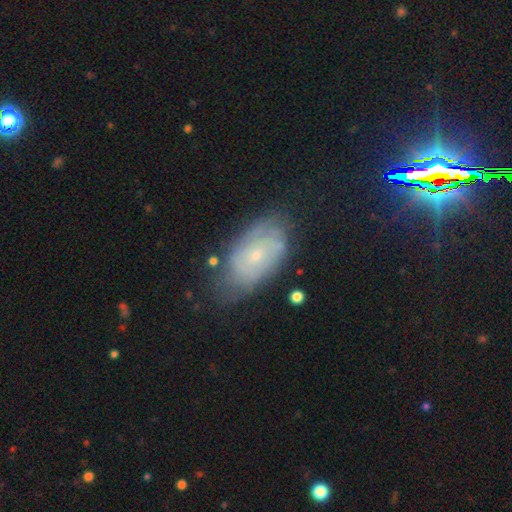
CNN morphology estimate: Q: Smooth or featured?
A: featured or disk (66%); runner-up: smooth (25%)
Q: Edge-on disk?
A: no (94%); runner-up: yes (6%)
Q: Bar?
A: no (68%); runner-up: weak (28%)
Q: Spiral arms?
A: yes (83%); runner-up: no (17%)
Q: Spiral winding?
A: tight (63%); runner-up: medium (28%)
Q: Spiral arm count?
A: can't tell (54%); runner-up: 2 (26%)
Q: Bulge size?
A: small (74%); runner-up: moderate (21%)
Q: Merging?
A: none (66%); runner-up: minor disturbance (24%)